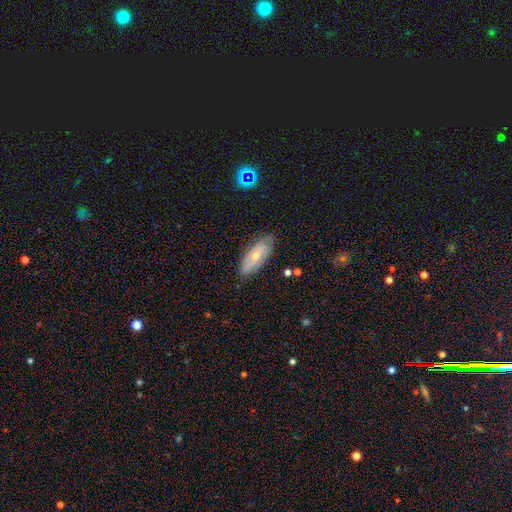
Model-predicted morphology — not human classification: A featured or disk galaxy (49%).

Vote fractions:
- Smooth or featured? featured or disk: 49% / smooth: 43% / star or artifact: 8%
- Merging? none: 77% / minor disturbance: 18% / major disturbance: 4% / merger: 2%